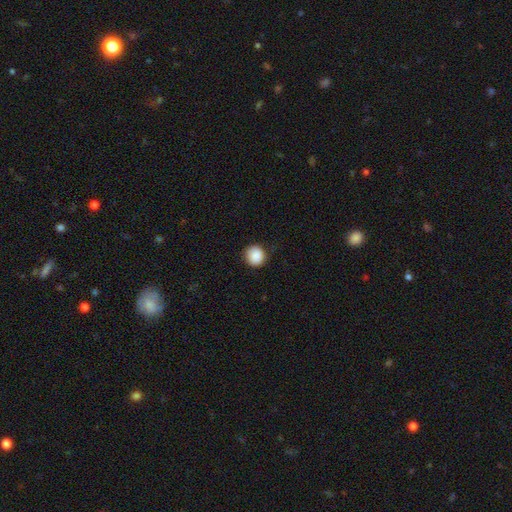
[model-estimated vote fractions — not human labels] Smooth or featured?
  - smooth: 89% *
  - star or artifact: 8%
  - featured or disk: 3%
How rounded?
  - round: 92% *
  - in between: 7%
  - cigar-shaped: 1%
Merging?
  - none: 87% *
  - minor disturbance: 10%
  - major disturbance: 2%
  - merger: 1%